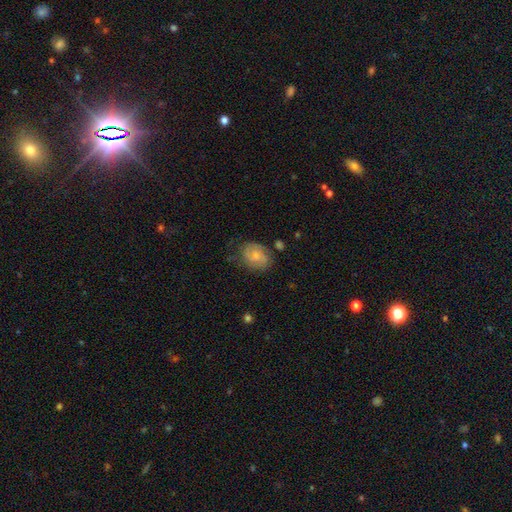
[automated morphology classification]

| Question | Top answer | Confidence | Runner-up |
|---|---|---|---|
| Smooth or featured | featured or disk | 50% | smooth (43%) |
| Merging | none | 66% | minor disturbance (22%) |